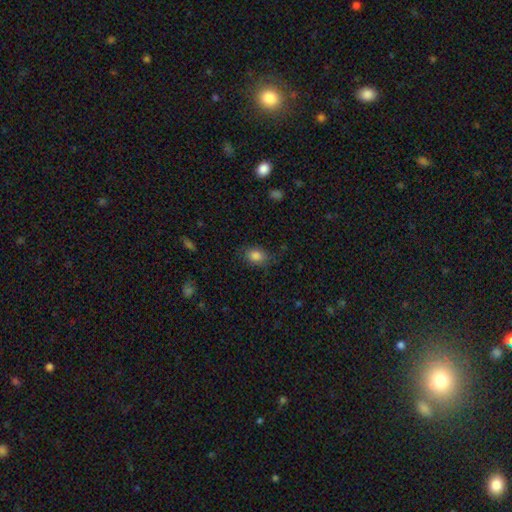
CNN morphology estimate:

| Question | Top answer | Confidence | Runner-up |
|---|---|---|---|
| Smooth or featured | smooth | 84% | star or artifact (9%) |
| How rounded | in between | 74% | round (25%) |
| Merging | none | 77% | minor disturbance (17%) |